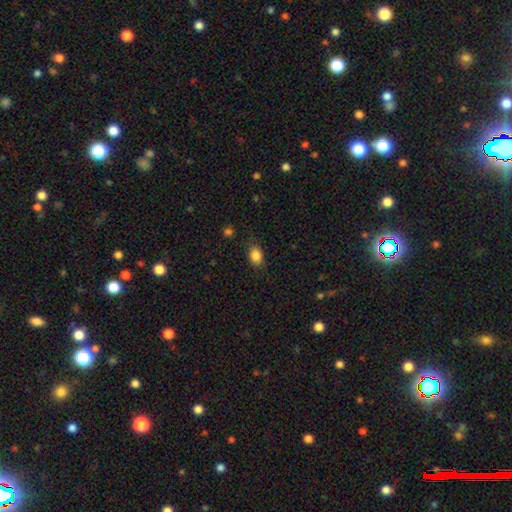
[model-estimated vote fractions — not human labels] A smooth galaxy with no disk features (86%) that is in between round and cigar-shaped (72%).

Vote fractions:
- Smooth or featured? smooth: 86% / star or artifact: 9% / featured or disk: 4%
- How rounded? in between: 72% / round: 27% / cigar-shaped: 1%
- Merging? none: 80% / minor disturbance: 15% / major disturbance: 4% / merger: 1%